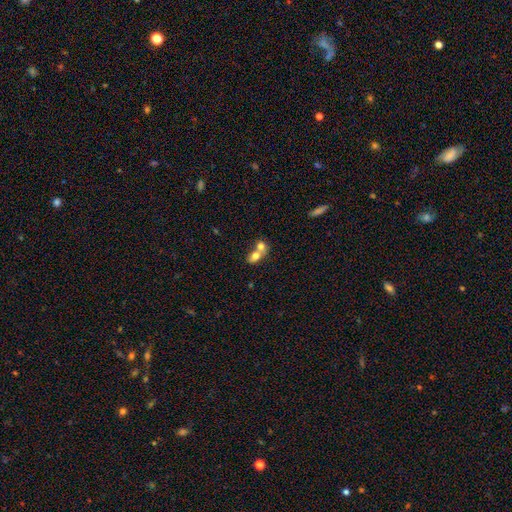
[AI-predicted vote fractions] smooth 74%, featured or disk 17%, star or artifact 9%. Down the decision tree: how rounded — in between (64%); merging — merger (70%).